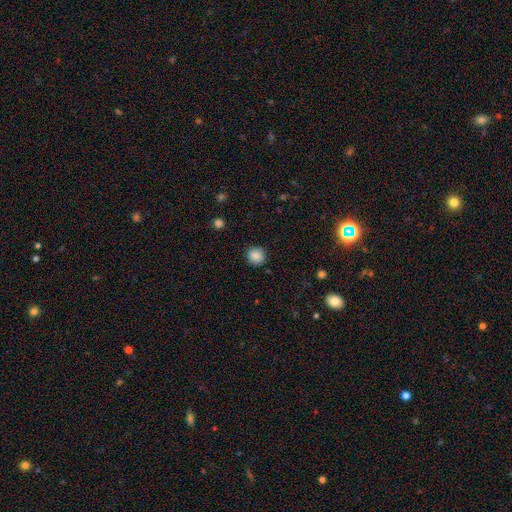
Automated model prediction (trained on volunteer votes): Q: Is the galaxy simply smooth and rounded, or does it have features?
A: smooth — 87%.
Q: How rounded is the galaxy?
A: round — 91%.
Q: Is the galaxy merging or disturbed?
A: none — 90%.